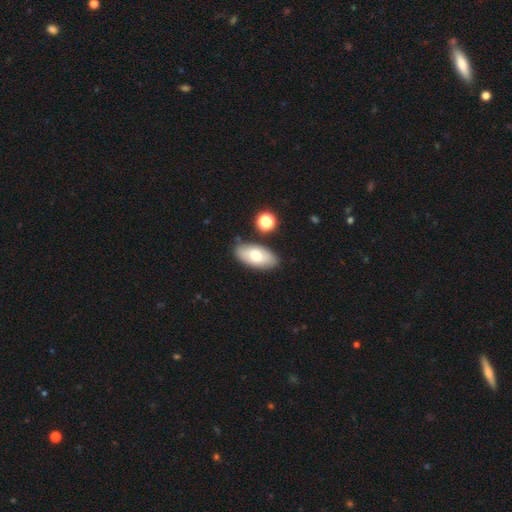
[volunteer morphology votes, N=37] Smooth or featured? smooth (62%)
How rounded? in between (87%)
Merging? none (83%)